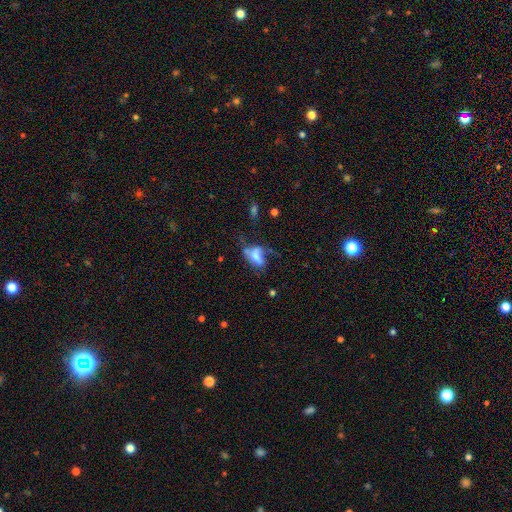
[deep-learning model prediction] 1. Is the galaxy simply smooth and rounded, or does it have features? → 55% smooth, 34% featured or disk, 11% star or artifact.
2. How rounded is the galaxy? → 85% in between, 10% round, 5% cigar-shaped.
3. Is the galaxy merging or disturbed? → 36% major disturbance, 27% none, 24% minor disturbance, 12% merger.